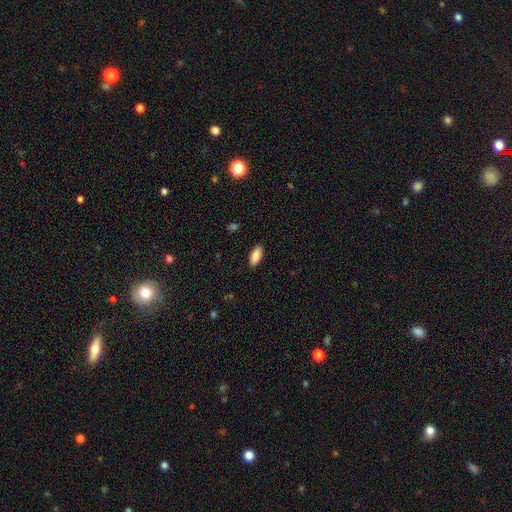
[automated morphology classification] Smooth or featured?
  - smooth: 87% *
  - star or artifact: 6%
  - featured or disk: 6%
How rounded?
  - in between: 83% *
  - cigar-shaped: 16%
  - round: 2%
Merging?
  - none: 89% *
  - minor disturbance: 8%
  - major disturbance: 2%
  - merger: 1%